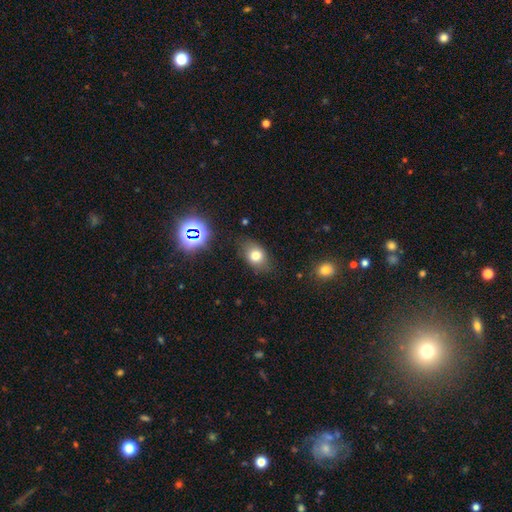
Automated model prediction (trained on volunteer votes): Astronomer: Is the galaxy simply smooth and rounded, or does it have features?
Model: smooth — 74%.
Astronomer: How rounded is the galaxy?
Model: in between — 72%.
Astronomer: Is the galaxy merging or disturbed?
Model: none — 77%.